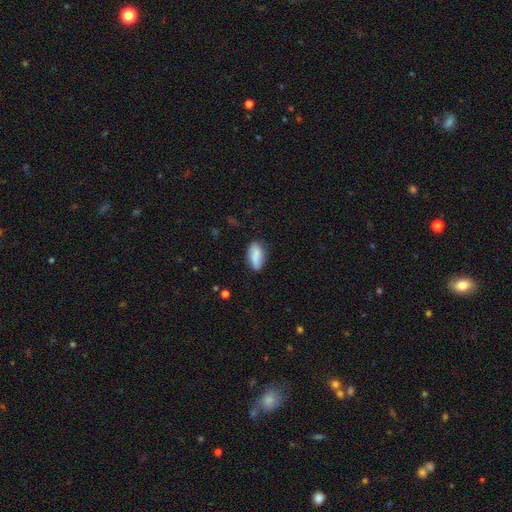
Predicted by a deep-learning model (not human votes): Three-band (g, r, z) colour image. It shows a smooth galaxy with no disk features (82%) that is in between round and cigar-shaped (86%). Merging: none (73%).